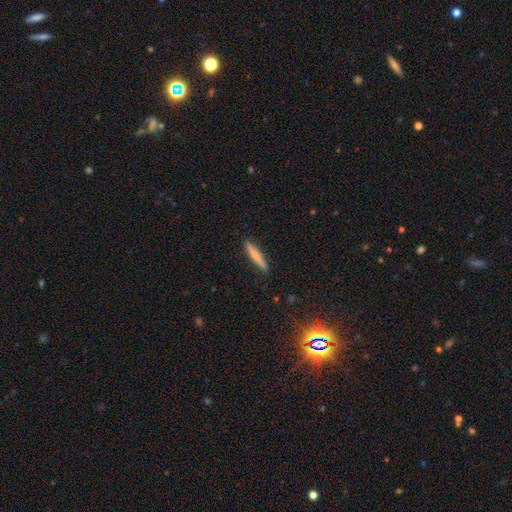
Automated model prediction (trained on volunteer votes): Smooth or featured? smooth (71%)
How rounded? cigar-shaped (93%)
Merging? none (90%)